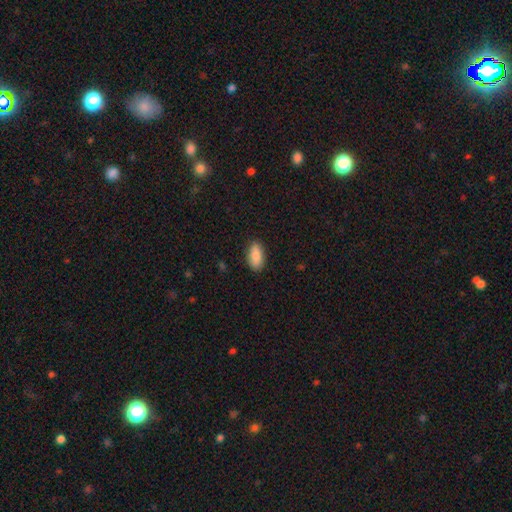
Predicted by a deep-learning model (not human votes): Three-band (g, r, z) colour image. It shows a smooth galaxy with no disk features (88%) that is in between round and cigar-shaped (89%). Merging: none (87%).